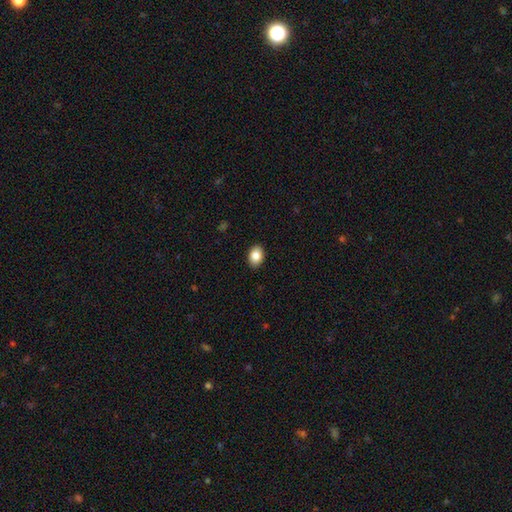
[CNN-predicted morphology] Smooth or featured? smooth (85%)
How rounded? in between (74%)
Merging? none (90%)